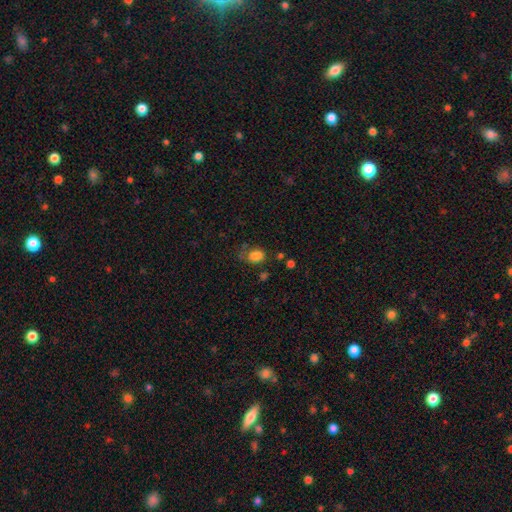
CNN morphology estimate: This appears to be a smooth galaxy with no disk features (77%) that is in between round and cigar-shaped (70%). Merging: none (44%).